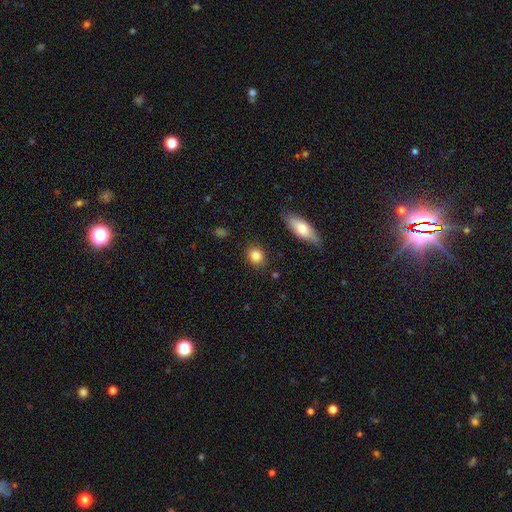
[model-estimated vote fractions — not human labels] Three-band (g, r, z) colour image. It shows a smooth galaxy with no disk features (85%) that is round (68%). Merging: none (88%).